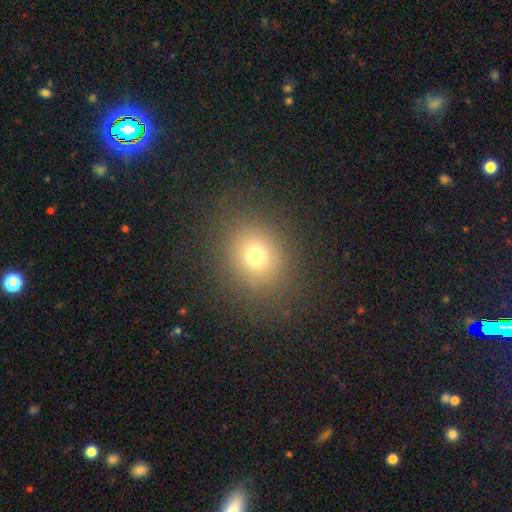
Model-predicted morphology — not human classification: The model was most divided on "how rounded": round: 72%, in between: 28%, cigar-shaped: 1%. More confident: merging — none (84%); smooth or featured — smooth (73%).